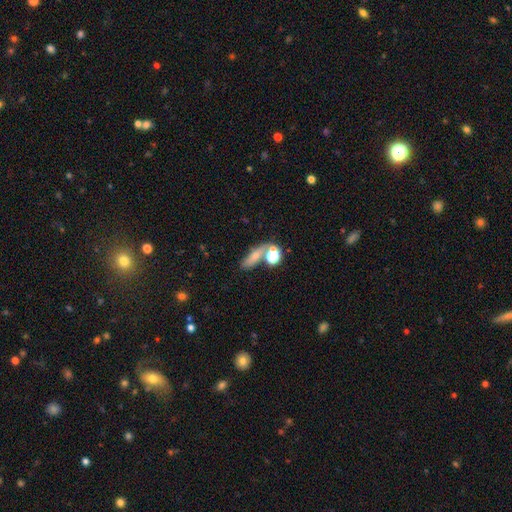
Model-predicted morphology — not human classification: A smooth galaxy with no disk features (61%) that is in between round and cigar-shaped (45%).

Vote fractions:
- Smooth or featured? smooth: 61% / featured or disk: 23% / star or artifact: 16%
- How rounded? in between: 45% / cigar-shaped: 35% / round: 21%
- Merging? none: 48% / merger: 30% / minor disturbance: 14% / major disturbance: 9%